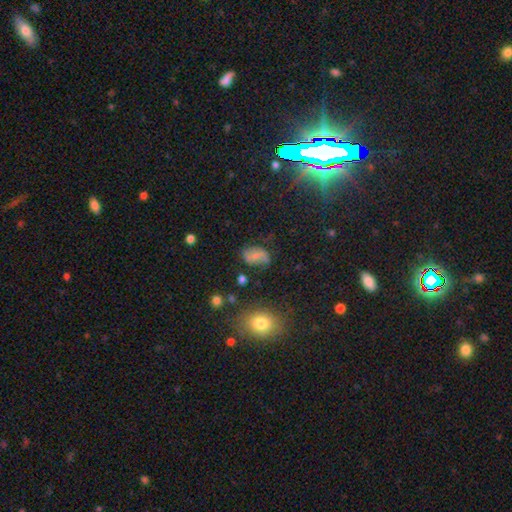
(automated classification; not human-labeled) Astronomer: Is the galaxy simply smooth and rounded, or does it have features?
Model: smooth — 49% (runner-up: featured or disk, 35%).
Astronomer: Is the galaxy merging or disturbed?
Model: none — 59%.